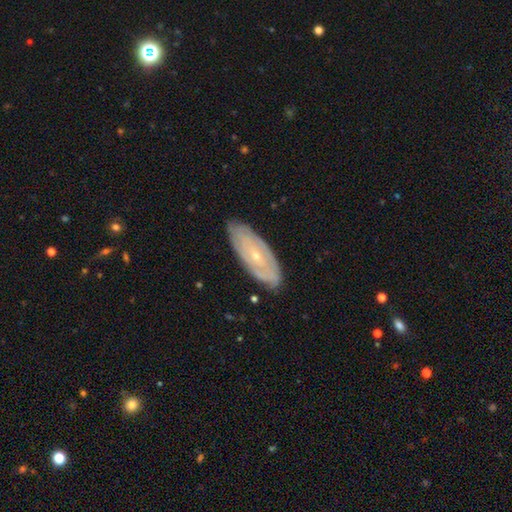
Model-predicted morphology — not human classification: smooth_or_featured: featured or disk (p=0.68) [alt: smooth p=0.25]
disk_edge_on: no (p=0.85) [alt: yes p=0.15]
bar: no (p=0.74) [alt: weak p=0.20]
has_spiral_arms: yes (p=0.67) [alt: no p=0.33]
bulge_size: small (p=0.78) [alt: moderate p=0.19]
merging: none (p=0.83) [alt: minor disturbance p=0.14]